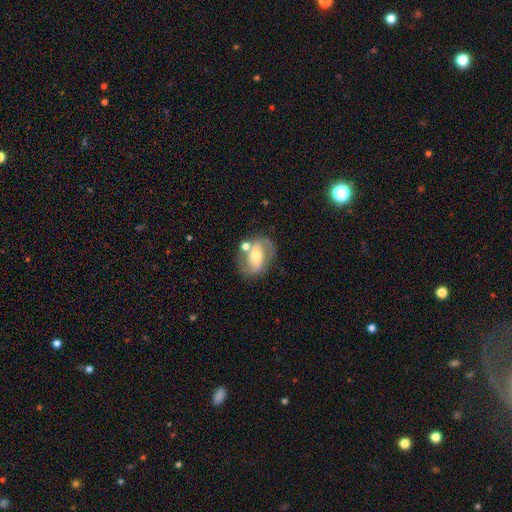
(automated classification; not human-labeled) Overall: featured or disk (71%). Edge-on disk: no (94%). Bar: strong (42%; weak 33%). Spiral arms: yes (76%). Spiral arm count: 2 (84%). Spiral winding: medium (47%; loose 29%). Bulge size: moderate (67%). Merging: none (66%).